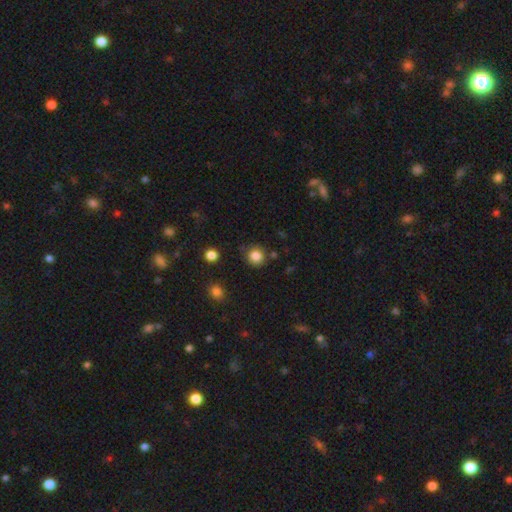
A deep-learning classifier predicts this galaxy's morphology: type=smooth (84%); roundness=round (90%); merging=none (84%).